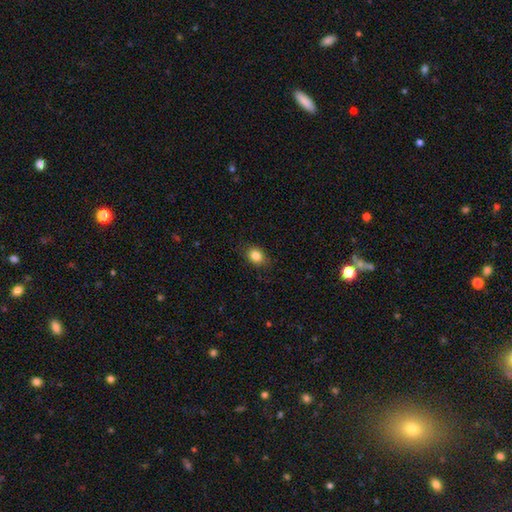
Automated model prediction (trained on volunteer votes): A smooth galaxy with no disk features (84%) that is in between round and cigar-shaped (58%).

Vote fractions:
- Smooth or featured? smooth: 84% / star or artifact: 10% / featured or disk: 6%
- How rounded? in between: 58% / round: 40% / cigar-shaped: 1%
- Merging? none: 85% / minor disturbance: 12% / major disturbance: 3% / merger: 1%